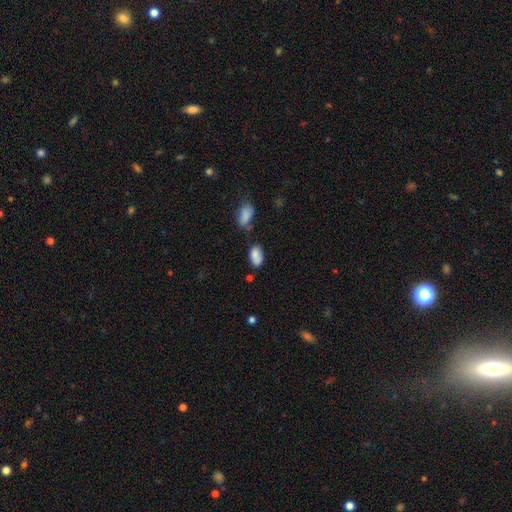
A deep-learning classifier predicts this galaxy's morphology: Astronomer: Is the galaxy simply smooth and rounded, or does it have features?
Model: smooth — 82%.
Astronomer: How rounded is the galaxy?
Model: in between — 93%.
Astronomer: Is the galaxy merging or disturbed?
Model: none — 51%.